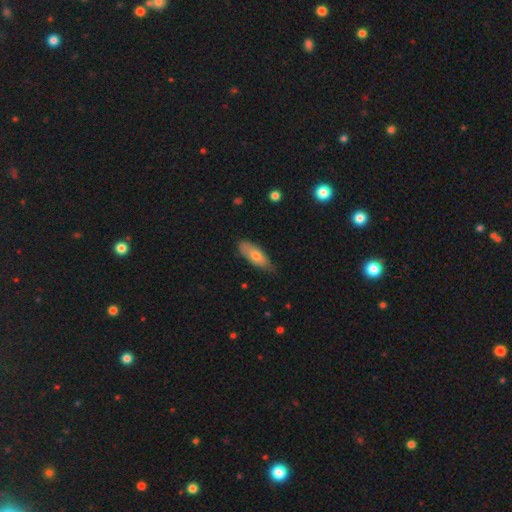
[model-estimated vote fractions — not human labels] Smooth or featured?
  - smooth: 65% *
  - featured or disk: 28%
  - star or artifact: 6%
How rounded?
  - in between: 72% *
  - cigar-shaped: 26%
  - round: 2%
Merging?
  - none: 69% *
  - minor disturbance: 26%
  - major disturbance: 4%
  - merger: 1%